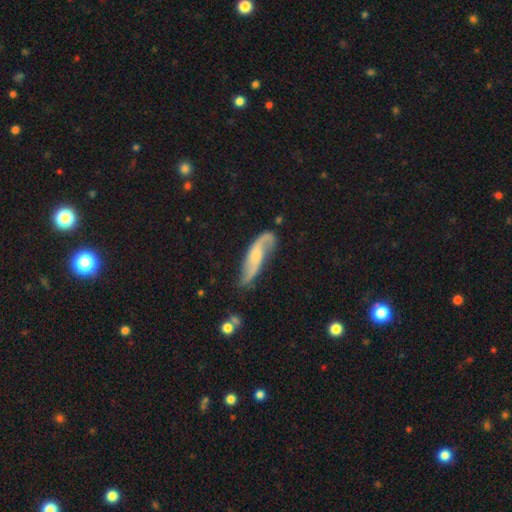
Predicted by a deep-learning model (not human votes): featured or disk 78%, smooth 17%, star or artifact 6%. Down the decision tree: edge-on disk — no (86%); bar — no (56%); spiral arms — yes (94%); spiral arm count — 2 (88%); spiral winding — loose (63%); bulge size — small (53%); merging — none (61%).